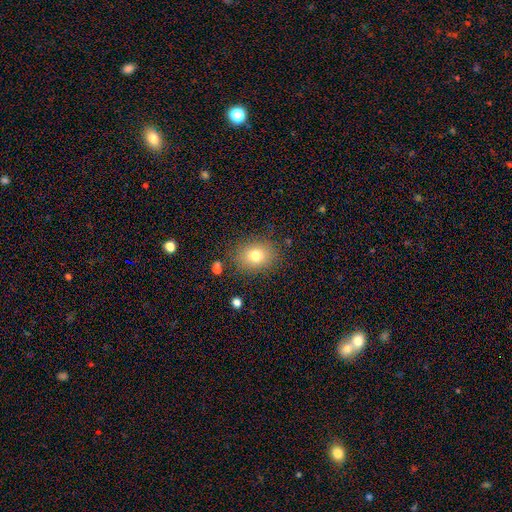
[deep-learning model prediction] A smooth galaxy with no disk features (77%) that is round (52%). Merging: none (82%).